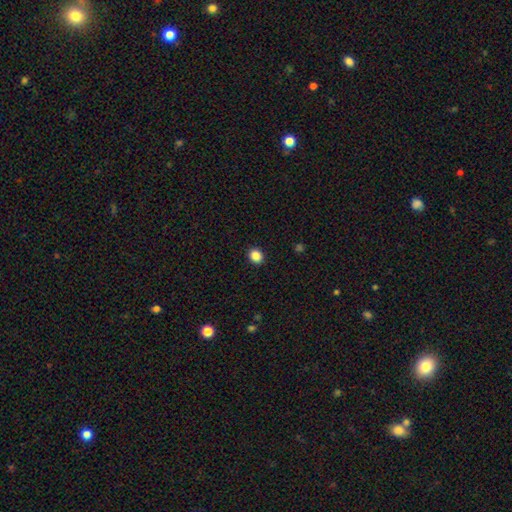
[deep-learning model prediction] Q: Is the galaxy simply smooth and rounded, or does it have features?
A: smooth — 87%.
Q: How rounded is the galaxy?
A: round — 65%.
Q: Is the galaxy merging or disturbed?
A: none — 91%.